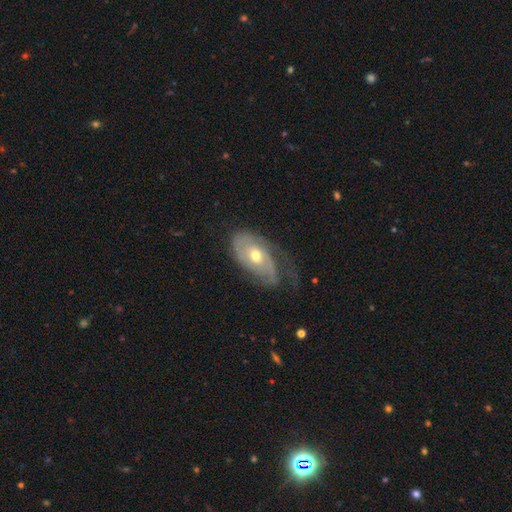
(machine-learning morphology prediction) smooth-or-featured: featured or disk: 70% | smooth: 24% | star or artifact: 6%
  disk-edge-on: no: 91% | yes: 9%
    bar: no: 71% | weak: 24% | strong: 5%
    has-spiral-arms: yes: 79% | no: 21%
      spiral-winding: tight: 53% | medium: 31% | loose: 16%
      spiral-arm-count: 2: 39% | can't tell: 35% | 1: 16% | 3: 6% | 4: 2% | more than 4: 2%
    bulge-size: moderate: 66% | small: 28% | large: 4% | none: 1% | dominant: 1%
  merging: none: 47% | minor disturbance: 30% | major disturbance: 21% | merger: 2%